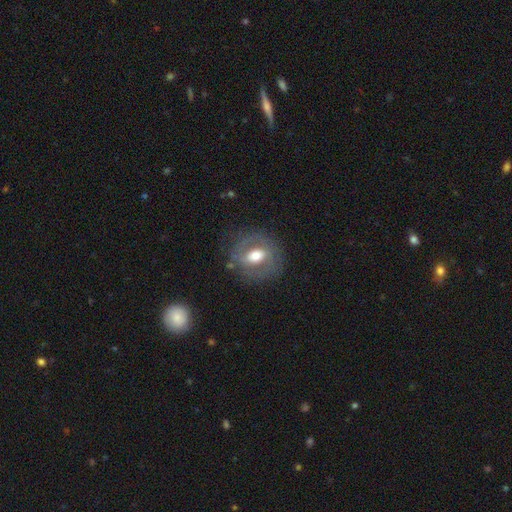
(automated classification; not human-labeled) A featured or disk galaxy (55%) with a weak bar (39%), no spiral arms (54%) and a moderate central bulge (67%). Merging: none (74%).